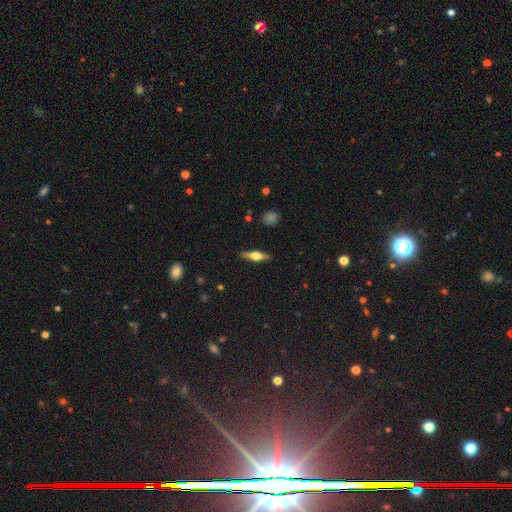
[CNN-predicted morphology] Smooth or featured? Predicted: featured or disk (p=0.65). Edge-on disk? Predicted: yes (p=0.96). Edge-on bulge? Predicted: rounded (p=0.93). Merging? Predicted: none (p=0.89).